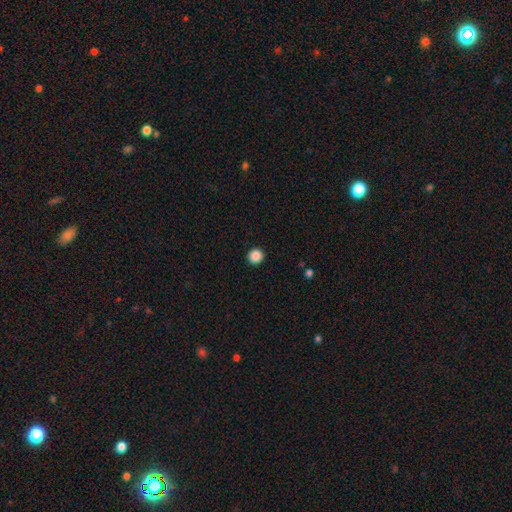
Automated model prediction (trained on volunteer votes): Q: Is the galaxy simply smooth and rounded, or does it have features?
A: smooth — 88%.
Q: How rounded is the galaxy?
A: round — 94%.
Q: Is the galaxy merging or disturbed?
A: none — 93%.